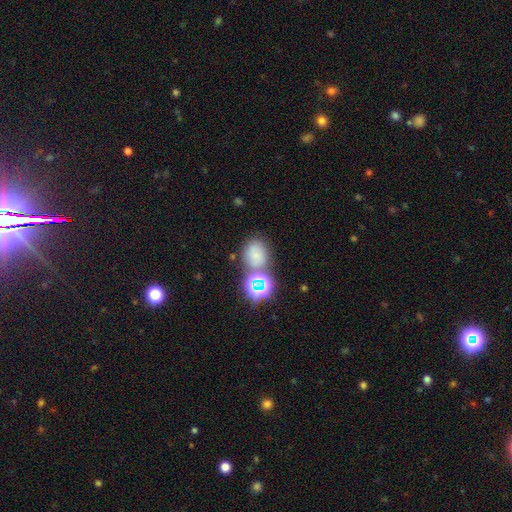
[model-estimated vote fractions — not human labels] Smooth or featured? smooth (65%)
How rounded? round (53%)
Merging? none (60%)